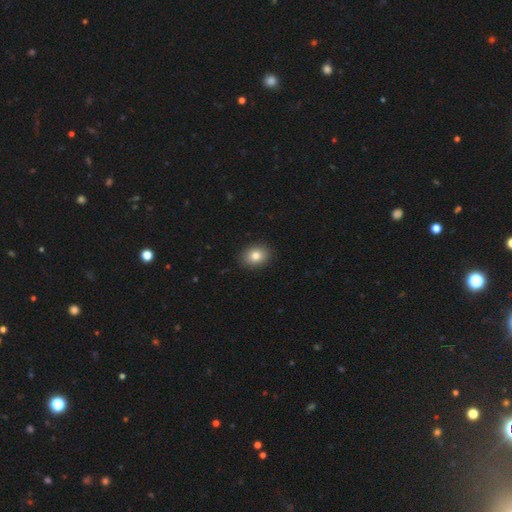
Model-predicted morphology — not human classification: Q: Smooth or featured?
A: smooth (82%); runner-up: star or artifact (9%)
Q: How rounded?
A: in between (60%); runner-up: round (39%)
Q: Merging?
A: none (89%); runner-up: minor disturbance (8%)